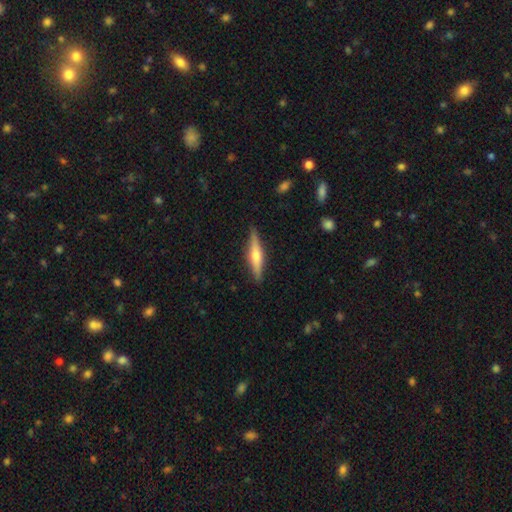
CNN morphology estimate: Smooth or featured?
  - featured or disk: 60% *
  - smooth: 35%
  - star or artifact: 6%
Edge-on disk?
  - yes: 96% *
  - no: 4%
Edge-on bulge?
  - rounded: 87% *
  - none: 6%
  - boxy: 6%
Merging?
  - none: 88% *
  - minor disturbance: 9%
  - major disturbance: 2%
  - merger: 1%